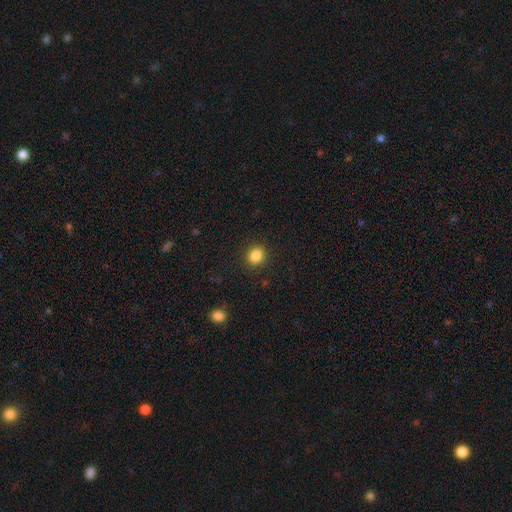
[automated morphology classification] The model was most divided on "how rounded": round: 69%, in between: 30%, cigar-shaped: 1%. More confident: merging — none (90%); smooth or featured — smooth (85%).